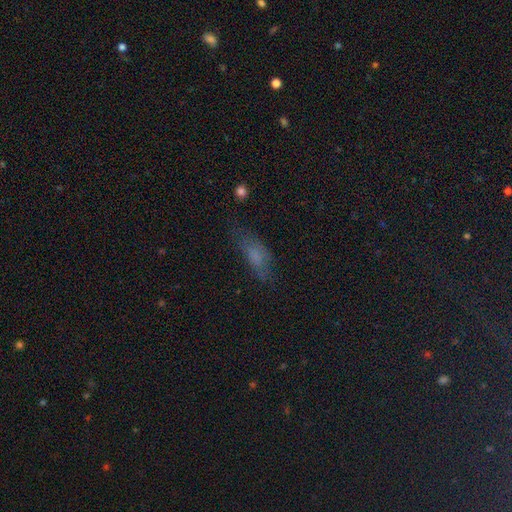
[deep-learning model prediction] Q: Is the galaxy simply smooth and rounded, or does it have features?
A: smooth — 62%.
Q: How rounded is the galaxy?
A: in between — 62%.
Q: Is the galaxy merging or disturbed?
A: none — 57%.